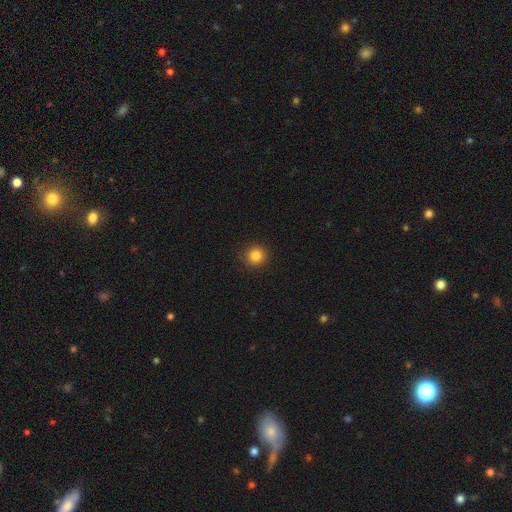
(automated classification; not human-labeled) Smooth or featured: smooth — 84% (star or artifact — 11%)
How rounded: round — 93% (in between — 6%)
Merging: none — 89% (minor disturbance — 7%)